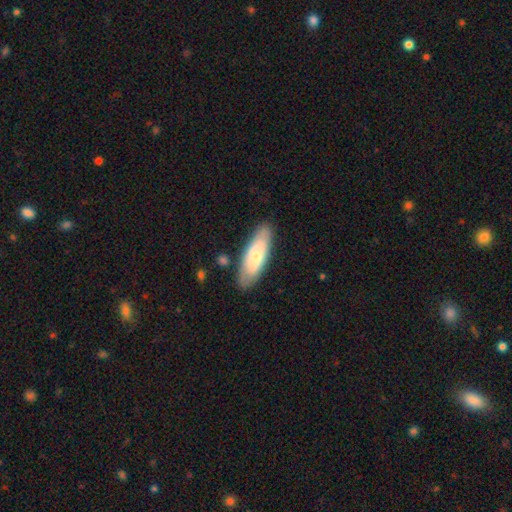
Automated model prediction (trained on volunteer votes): smooth_or_featured: smooth (p=0.65) [alt: featured or disk p=0.29]
how_rounded: in between (p=0.58) [alt: cigar-shaped p=0.40]
merging: none (p=0.81) [alt: minor disturbance p=0.13]